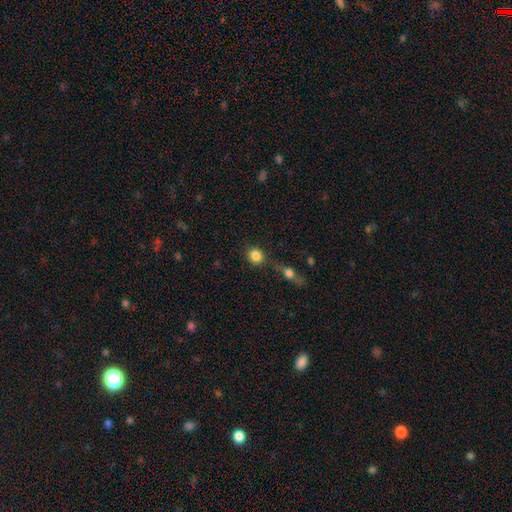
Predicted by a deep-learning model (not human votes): Smooth or featured? Predicted: smooth (p=0.84). How rounded? Predicted: round (p=0.79). Merging? Predicted: none (p=0.68).